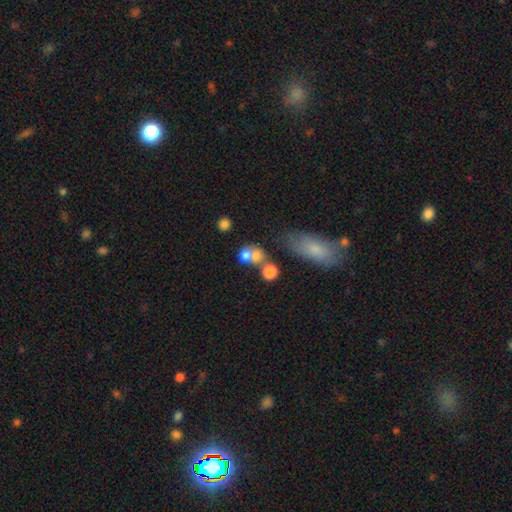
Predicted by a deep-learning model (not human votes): This is likely a smooth galaxy (66%). How rounded: possibly round (57%). Merging: possibly merger (56%).